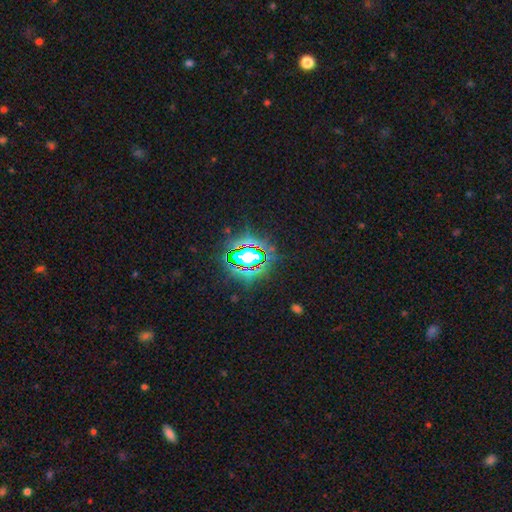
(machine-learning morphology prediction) This appears to be a star or artifact, not a galaxy (80%).